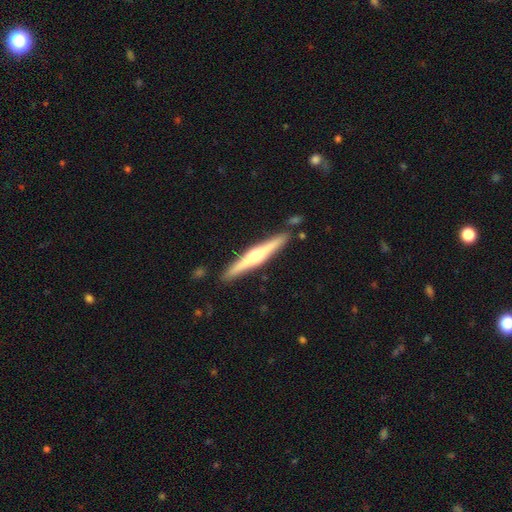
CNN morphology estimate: Smooth or featured: featured or disk — 70% (smooth — 26%)
Edge-on disk: yes — 98% (no — 2%)
Edge-on bulge: rounded — 88% (boxy — 7%)
Merging: none — 87% (minor disturbance — 8%)